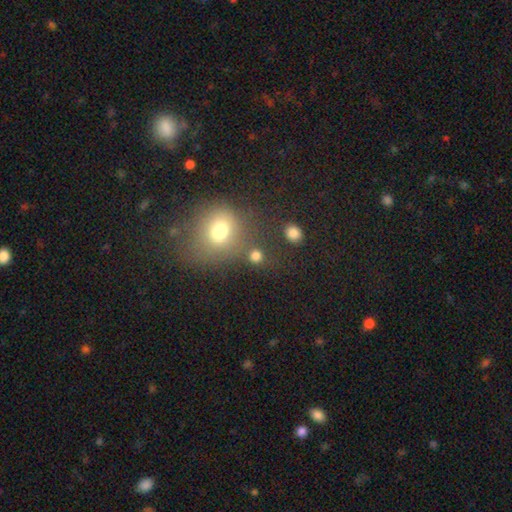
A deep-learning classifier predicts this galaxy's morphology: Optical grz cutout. It shows a smooth galaxy with no disk features (79%) that is round (84%). Merging: none (71%).